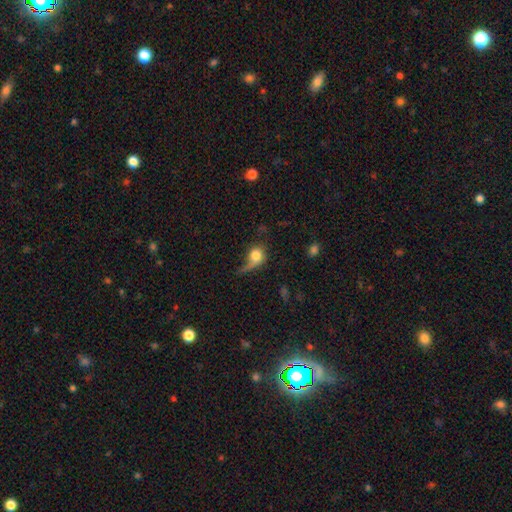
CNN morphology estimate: Smooth or featured? Predicted: smooth (p=0.67). How rounded? Predicted: round (p=0.67). Merging? Predicted: major disturbance (p=0.42).